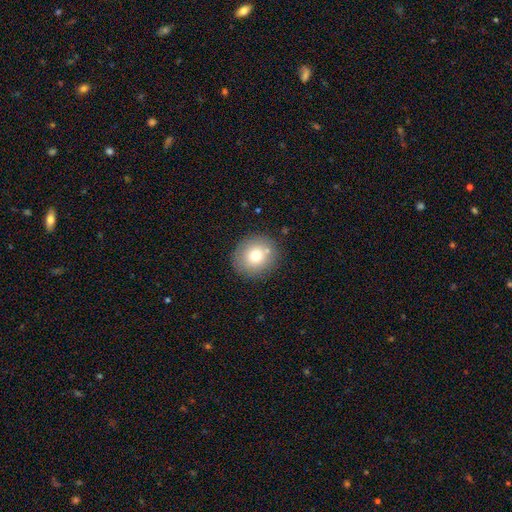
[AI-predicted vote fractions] Morphology: type=smooth (74%); roundness=round (87%); merging=none (84%).